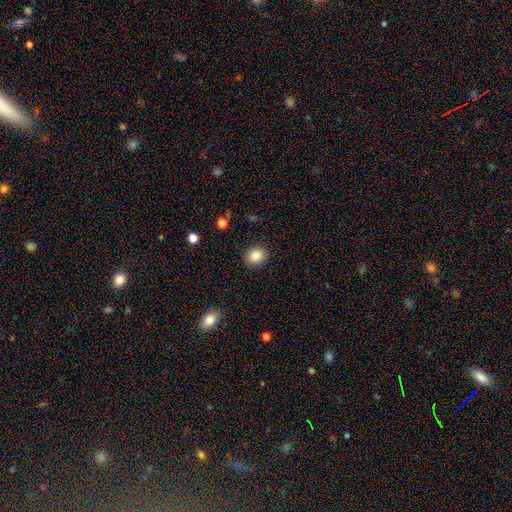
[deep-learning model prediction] smooth_or_featured: smooth (p=0.86) [alt: star or artifact p=0.09]
how_rounded: round (p=0.65) [alt: in between p=0.34]
merging: none (p=0.89) [alt: minor disturbance p=0.07]